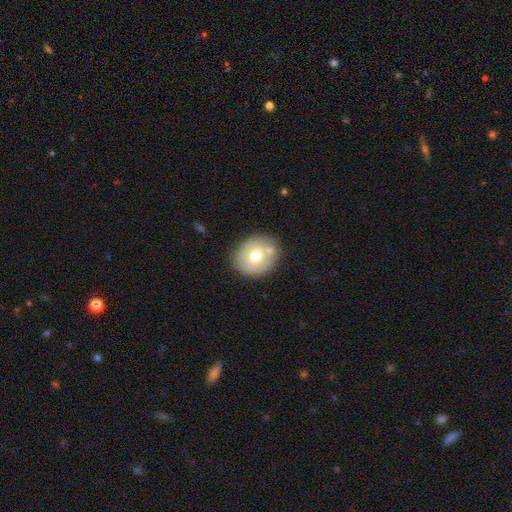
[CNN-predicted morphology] Smooth or featured: smooth — 63% (featured or disk — 29%)
How rounded: round — 64% (in between — 35%)
Merging: none — 67% (merger — 15%)